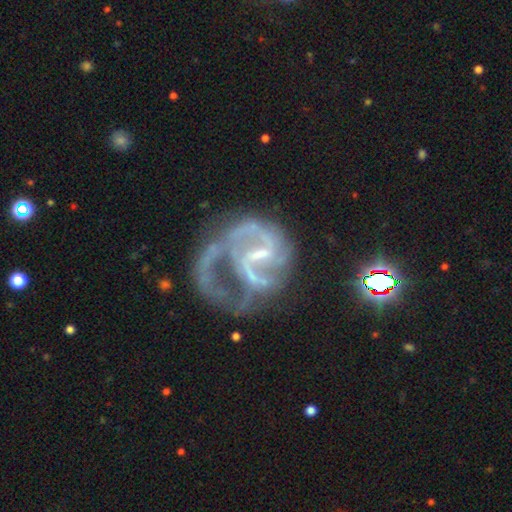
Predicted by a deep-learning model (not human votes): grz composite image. It shows a featured or disk galaxy (87%) with a weak bar (53%), 2 (53%) medium (49%) spiral arms (92%) and a small central bulge (57%). Merging: major disturbance (47%).